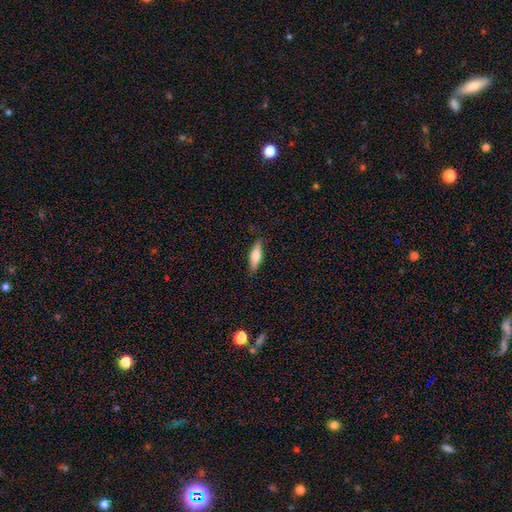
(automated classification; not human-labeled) Q: Smooth or featured?
A: smooth (61%); runner-up: featured or disk (33%)
Q: How rounded?
A: cigar-shaped (52%); runner-up: in between (45%)
Q: Merging?
A: none (86%); runner-up: minor disturbance (11%)